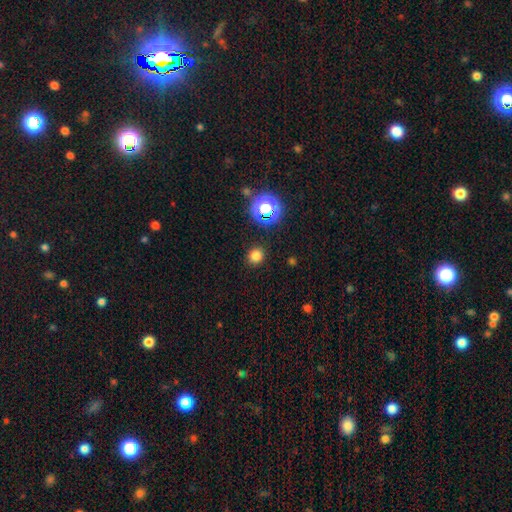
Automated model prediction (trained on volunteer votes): Smooth or featured? Predicted: smooth (p=0.77). How rounded? Predicted: round (p=0.86). Merging? Predicted: none (p=0.88).